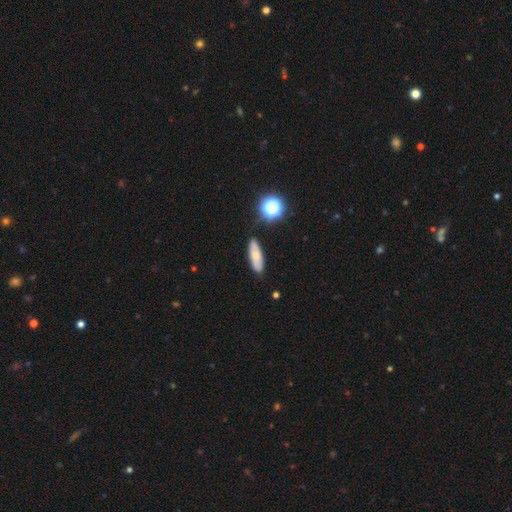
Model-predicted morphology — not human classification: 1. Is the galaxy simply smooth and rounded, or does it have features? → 71% smooth, 19% featured or disk, 10% star or artifact.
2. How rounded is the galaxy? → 55% in between, 42% cigar-shaped, 4% round.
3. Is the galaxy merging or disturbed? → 79% none, 14% minor disturbance, 3% major disturbance, 3% merger.